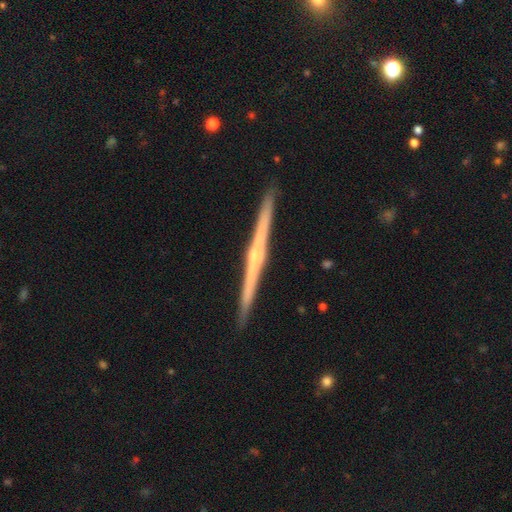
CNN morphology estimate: Smooth or featured? Predicted: featured or disk (p=0.82). Edge-on disk? Predicted: yes (p=0.99). Edge-on bulge? Predicted: rounded (p=0.66). Merging? Predicted: none (p=0.92).